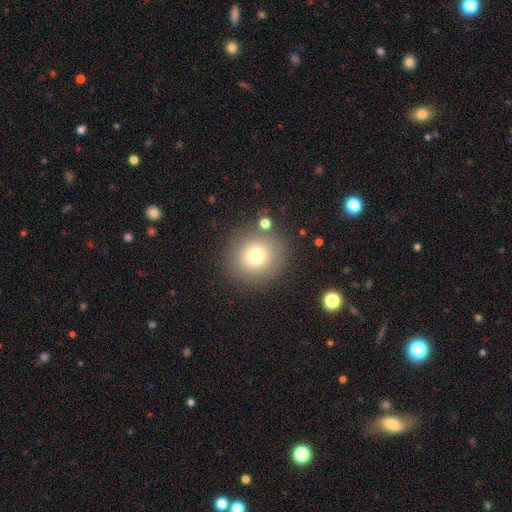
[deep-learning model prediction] smooth 74%, star or artifact 14%, featured or disk 12%. Down the decision tree: how rounded — round (93%); merging — none (84%).